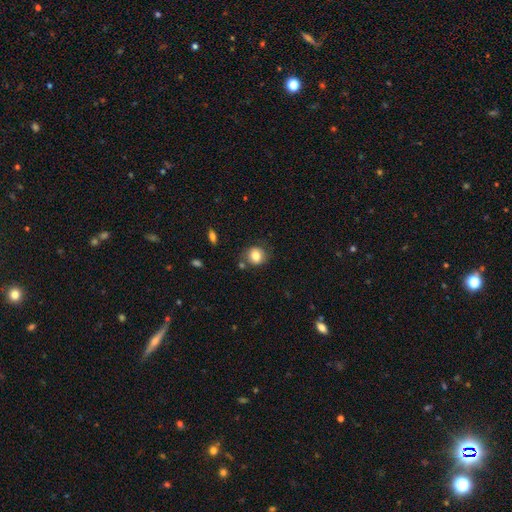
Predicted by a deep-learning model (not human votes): A smooth galaxy with no disk features (80%) that is round (77%). Merging: none (75%).